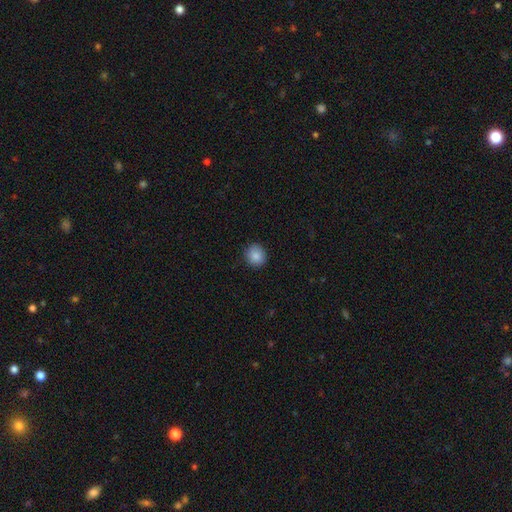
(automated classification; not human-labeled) Smooth or featured?
  - smooth: 87% *
  - star or artifact: 9%
  - featured or disk: 4%
How rounded?
  - round: 87% *
  - in between: 12%
  - cigar-shaped: 1%
Merging?
  - none: 91% *
  - minor disturbance: 7%
  - major disturbance: 2%
  - merger: 1%